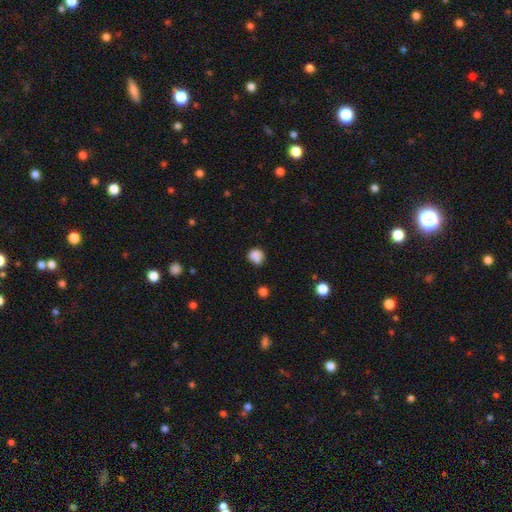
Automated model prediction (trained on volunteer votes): smooth-or-featured: smooth: 80% | star or artifact: 11% | featured or disk: 9%
  how-rounded: round: 71% | in between: 28% | cigar-shaped: 1%
  merging: none: 54% | minor disturbance: 23% | merger: 14% | major disturbance: 8%